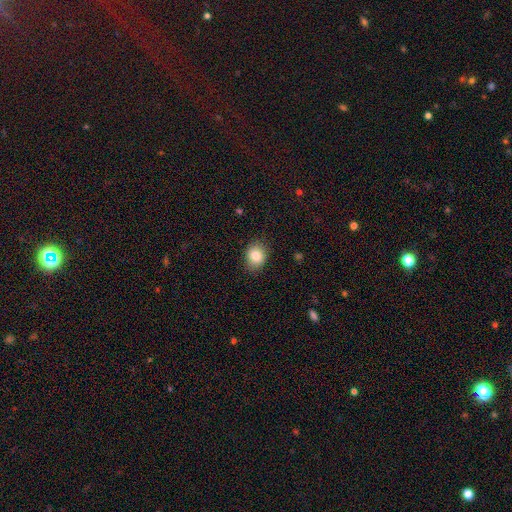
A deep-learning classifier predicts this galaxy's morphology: A smooth galaxy with no disk features (85%) that is round (50%). Merging: none (84%).